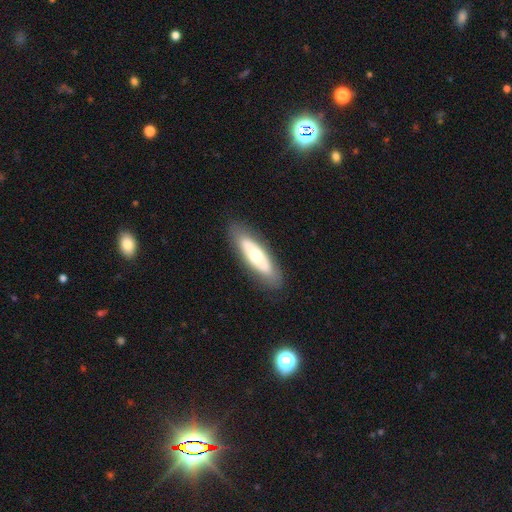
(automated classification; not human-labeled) A featured or disk galaxy (48%). Merging: none (83%).